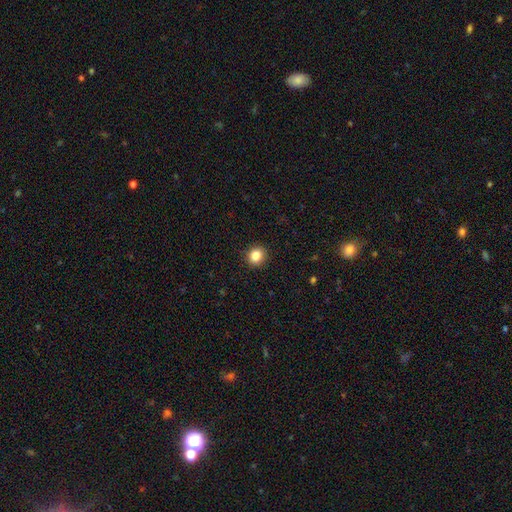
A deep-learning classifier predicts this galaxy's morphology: This is clearly a smooth galaxy (85%). How rounded: clearly round (83%). Merging: clearly none (92%).